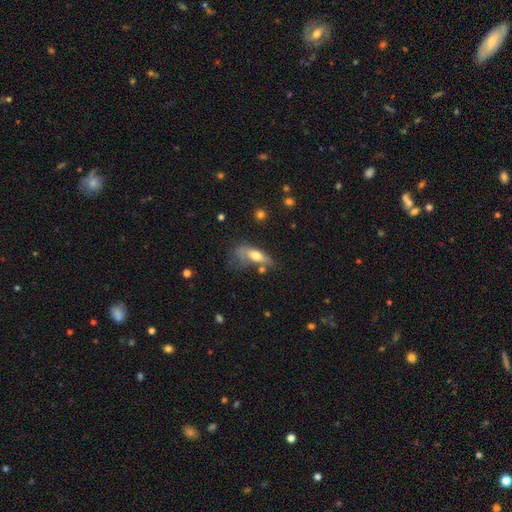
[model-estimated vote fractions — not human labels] smooth-or-featured: smooth: 62% | featured or disk: 30% | star or artifact: 7%
  how-rounded: in between: 71% | cigar-shaped: 25% | round: 4%
  merging: major disturbance: 31% | none: 29% | minor disturbance: 28% | merger: 12%